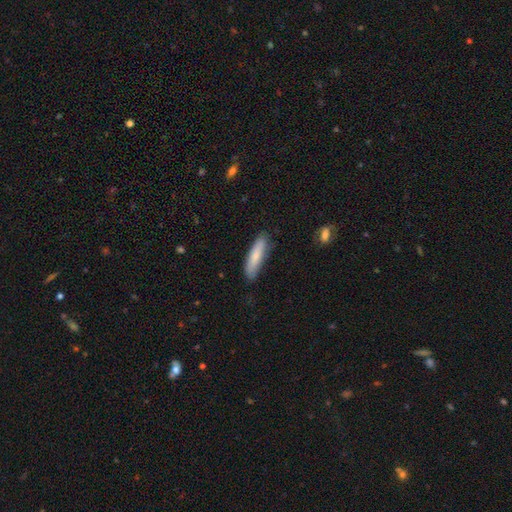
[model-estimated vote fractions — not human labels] The model was most divided on "how rounded": cigar-shaped: 73%, in between: 25%, round: 1%. More confident: merging — none (82%); smooth or featured — smooth (80%).